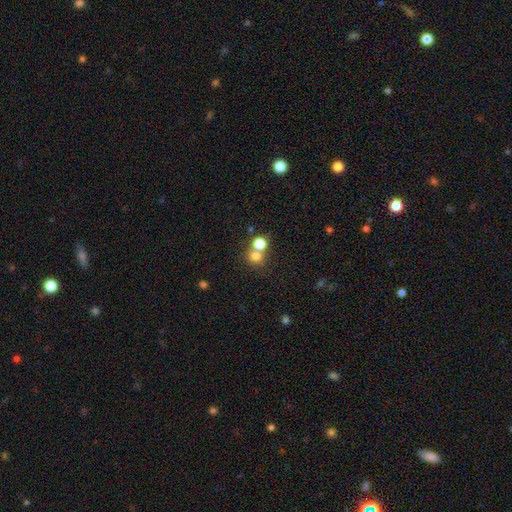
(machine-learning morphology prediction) Smooth or featured: smooth — 75% (star or artifact — 16%)
How rounded: round — 84% (in between — 15%)
Merging: none — 49% (merger — 41%)